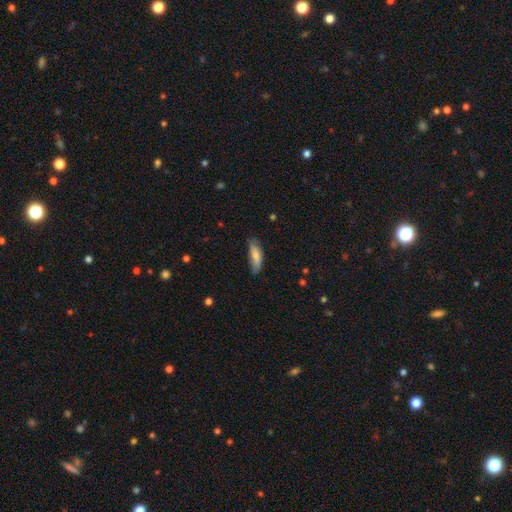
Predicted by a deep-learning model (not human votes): Smooth or featured? smooth (76%)
How rounded? in between (50%)
Merging? none (66%)